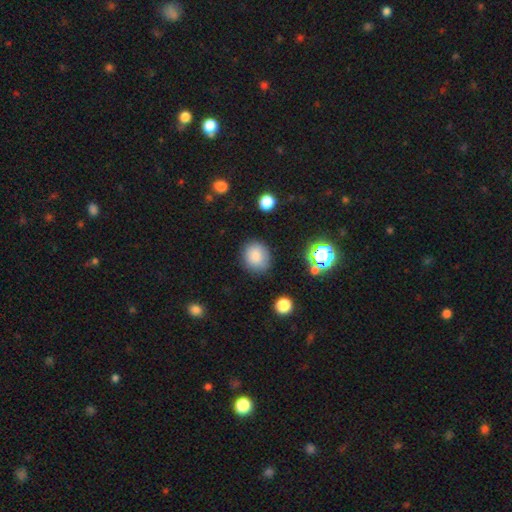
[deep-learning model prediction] This appears to be a smooth galaxy with no disk features (83%) that is round (70%). Merging: none (82%).